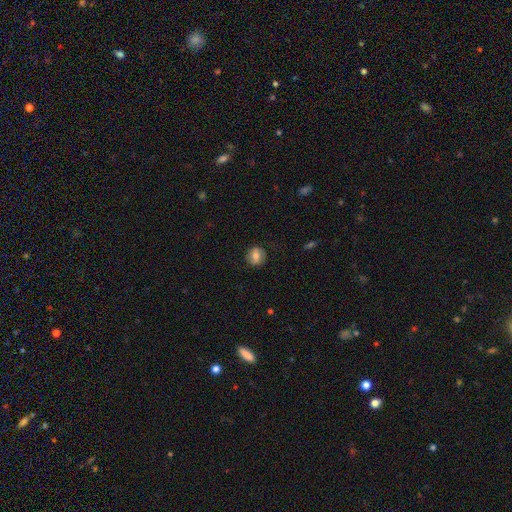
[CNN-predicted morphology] smooth-or-featured: smooth: 68% | featured or disk: 22% | star or artifact: 9%
  how-rounded: round: 85% | in between: 14% | cigar-shaped: 1%
  merging: none: 85% | minor disturbance: 11% | major disturbance: 3% | merger: 1%